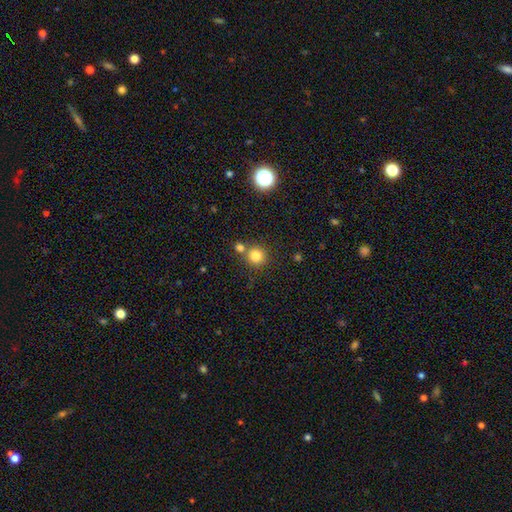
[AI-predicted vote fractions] A smooth galaxy with no disk features (81%) that is round (92%). Merging: none (66%).